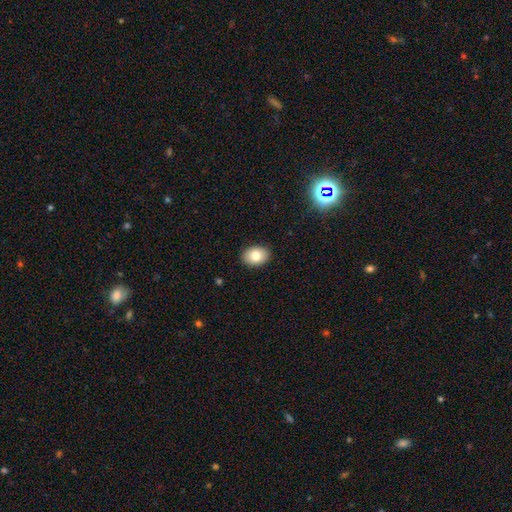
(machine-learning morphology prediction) A smooth galaxy with no disk features (81%) that is in between round and cigar-shaped (77%).

Vote fractions:
- Smooth or featured? smooth: 81% / featured or disk: 10% / star or artifact: 8%
- How rounded? in between: 77% / round: 22% / cigar-shaped: 1%
- Merging? none: 89% / minor disturbance: 8% / major disturbance: 2% / merger: 1%